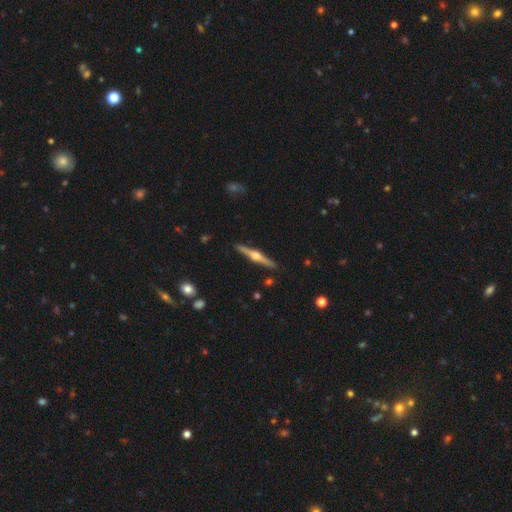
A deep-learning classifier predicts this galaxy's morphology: smooth-or-featured: featured or disk: 81% | smooth: 14% | star or artifact: 5%
  disk-edge-on: yes: 98% | no: 2%
    edge-on-bulge: rounded: 95% | boxy: 3% | none: 2%
  merging: none: 92% | minor disturbance: 6% | major disturbance: 1% | merger: 1%